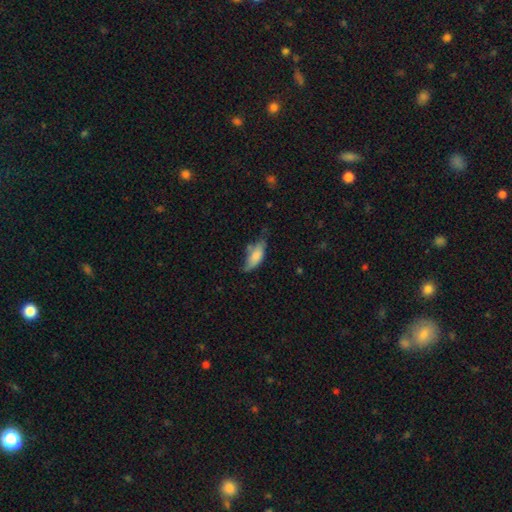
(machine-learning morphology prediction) This is likely a smooth galaxy (79%). How rounded: likely in between (73%). Merging: possibly none (46%).